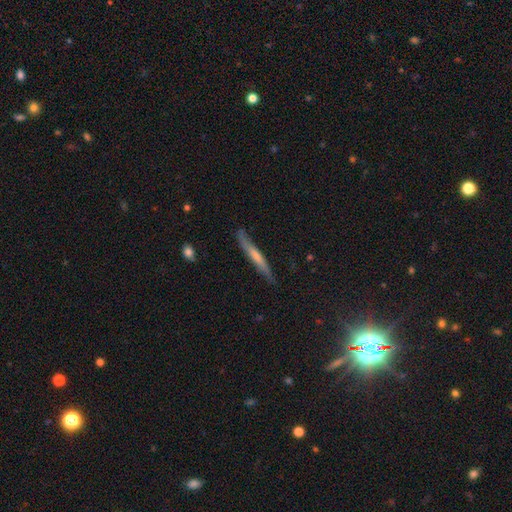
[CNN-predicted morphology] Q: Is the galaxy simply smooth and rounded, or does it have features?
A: featured or disk — 49%.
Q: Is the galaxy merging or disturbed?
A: none — 82%.